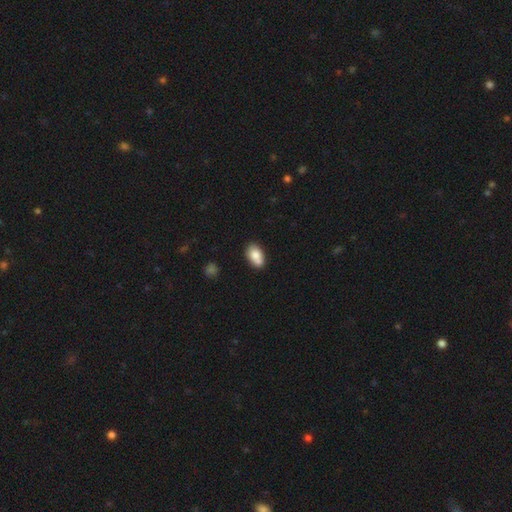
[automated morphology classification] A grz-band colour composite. It shows a smooth galaxy with no disk features (77%) that is in between round and cigar-shaped (86%). Merging: none (52%).